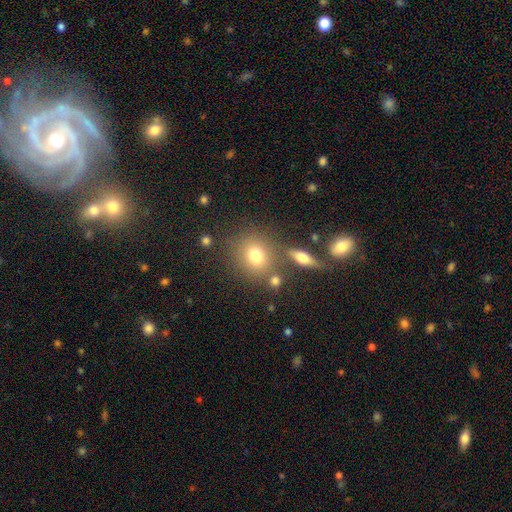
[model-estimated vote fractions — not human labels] Smooth or featured? smooth (75%)
How rounded? round (74%)
Merging? none (72%)